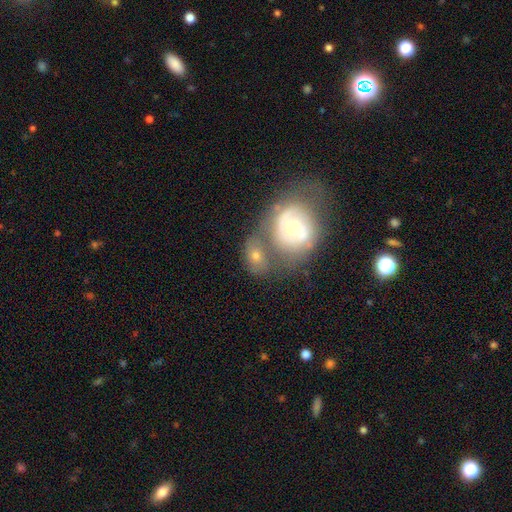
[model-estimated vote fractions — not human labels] smooth 52%, featured or disk 39%, star or artifact 9%. Down the decision tree: how rounded — in between (53%); merging — merger (44%).